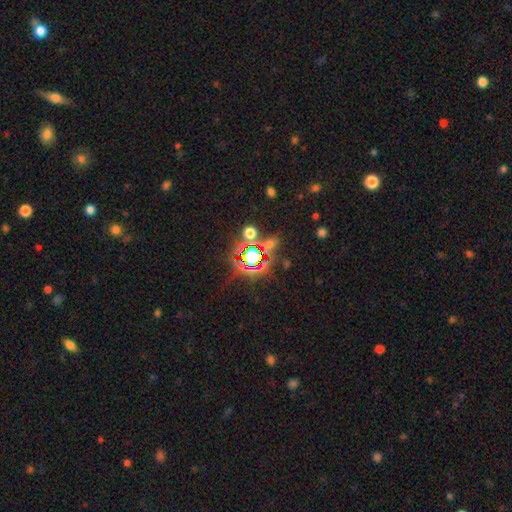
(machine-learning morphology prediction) star or artifact 77%, smooth 14%, featured or disk 9%.